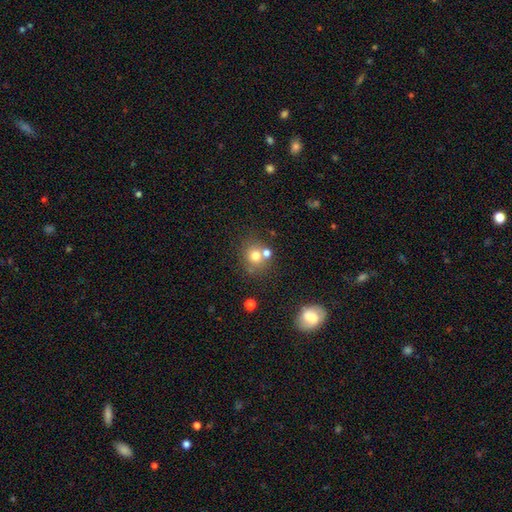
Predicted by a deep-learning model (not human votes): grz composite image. It shows a smooth galaxy with no disk features (72%) that is round (80%). Merging: none (60%).